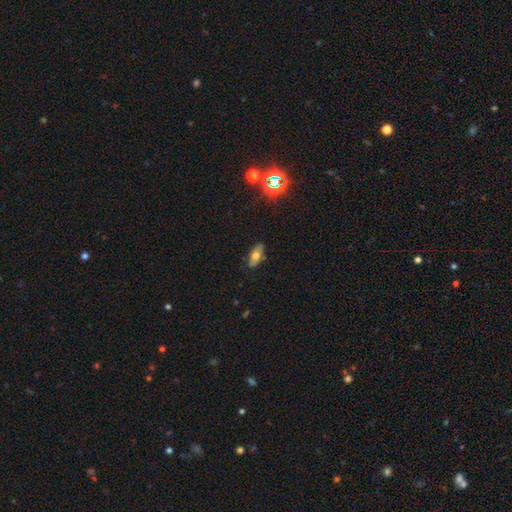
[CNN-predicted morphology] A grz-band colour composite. It shows a smooth galaxy with no disk features (59%) that is in between round and cigar-shaped (81%). Merging: none (80%).